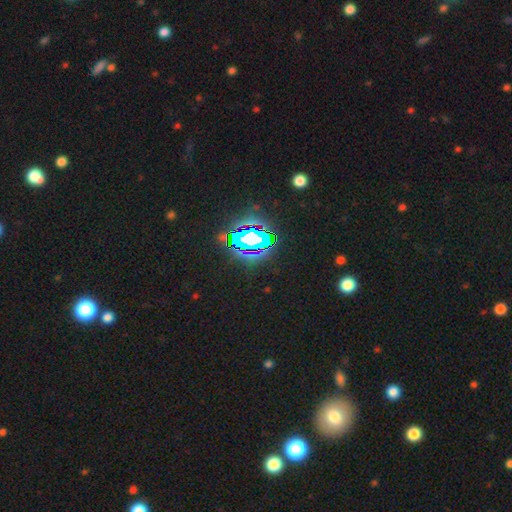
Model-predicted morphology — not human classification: star or artifact 80%, smooth 12%, featured or disk 8%.